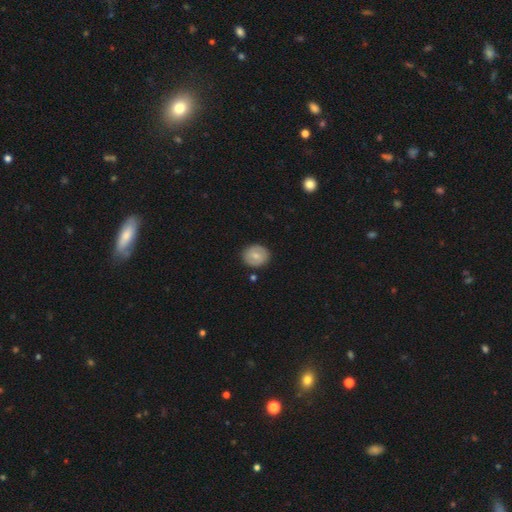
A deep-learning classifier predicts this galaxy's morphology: This appears to be a smooth galaxy with no disk features (64%) that is round (77%). Merging: none (86%).